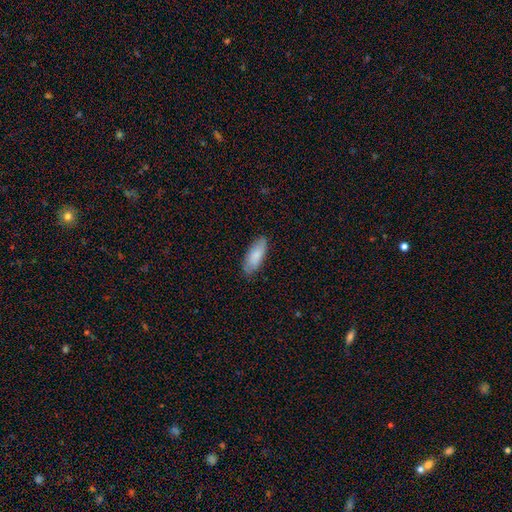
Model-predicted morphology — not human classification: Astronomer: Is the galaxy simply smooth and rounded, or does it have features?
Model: smooth — 82%.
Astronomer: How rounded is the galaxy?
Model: in between — 75%.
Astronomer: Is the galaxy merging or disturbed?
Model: none — 81%.